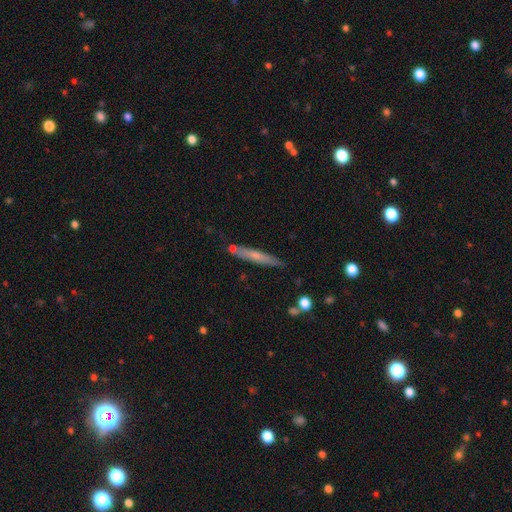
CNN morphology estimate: The model was most divided on "smooth or featured": smooth: 52%, featured or disk: 42%, star or artifact: 6%. More confident: how rounded — cigar-shaped (95%); merging — none (80%).